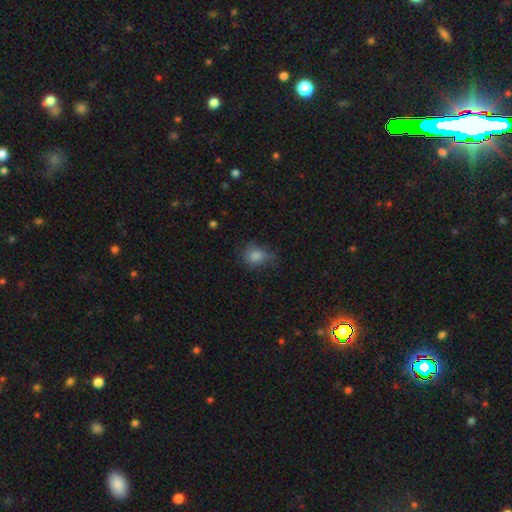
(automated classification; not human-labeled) Smooth or featured: smooth — 78% (star or artifact — 13%)
How rounded: round — 55% (in between — 44%)
Merging: none — 56% (minor disturbance — 29%)